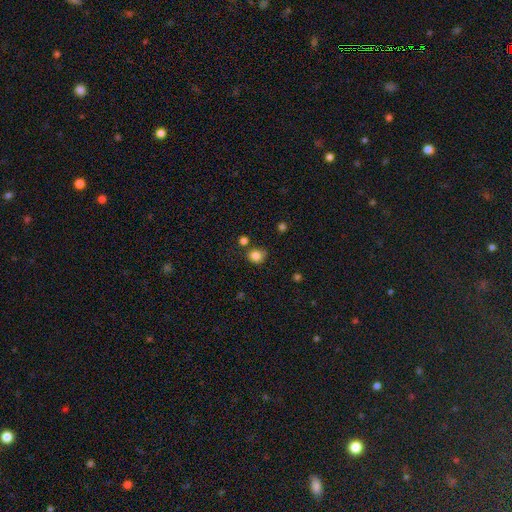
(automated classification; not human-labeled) A smooth galaxy with no disk features (83%) that is round (78%). Merging: none (70%).